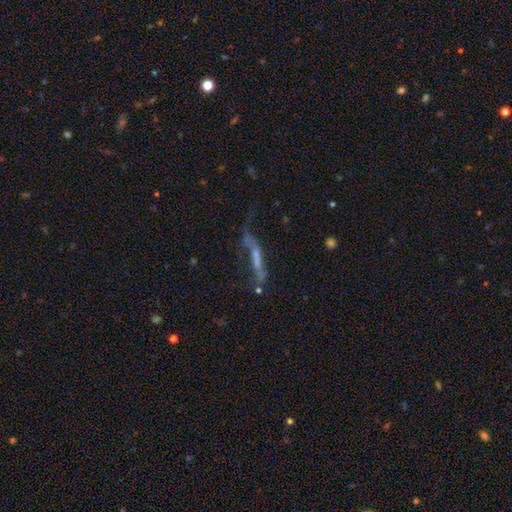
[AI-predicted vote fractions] smooth_or_featured: featured or disk (p=0.55) [alt: smooth p=0.26]
disk_edge_on: yes (p=0.59) [alt: no p=0.41]
merging: none (p=0.43) [alt: major disturbance p=0.27]